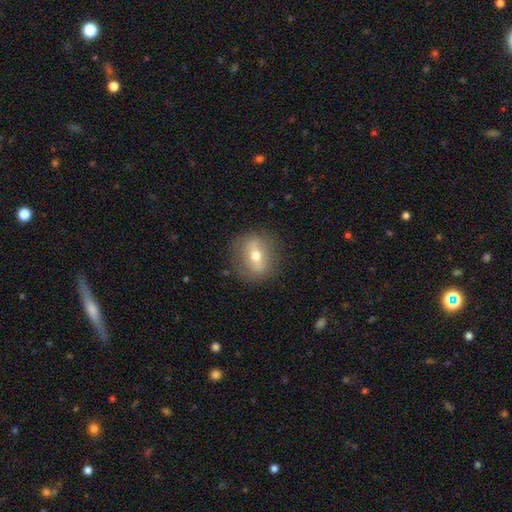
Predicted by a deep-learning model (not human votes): Q: Smooth or featured?
A: featured or disk (46%); runner-up: smooth (44%)
Q: Merging?
A: none (83%); runner-up: minor disturbance (12%)